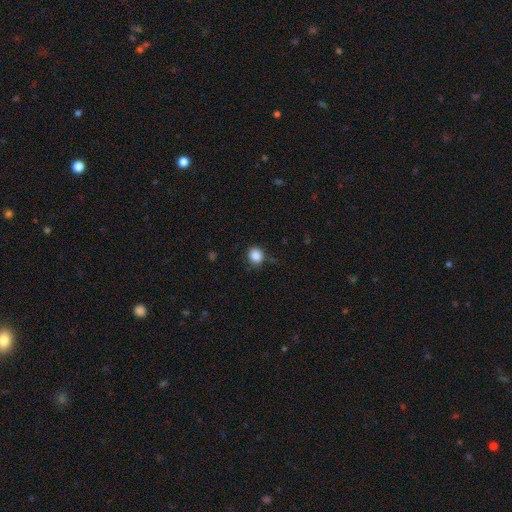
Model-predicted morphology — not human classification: A smooth galaxy with no disk features (86%) that is round (83%).

Vote fractions:
- Smooth or featured? smooth: 86% / star or artifact: 10% / featured or disk: 4%
- How rounded? round: 83% / in between: 16% / cigar-shaped: 1%
- Merging? none: 82% / minor disturbance: 13% / major disturbance: 3% / merger: 2%